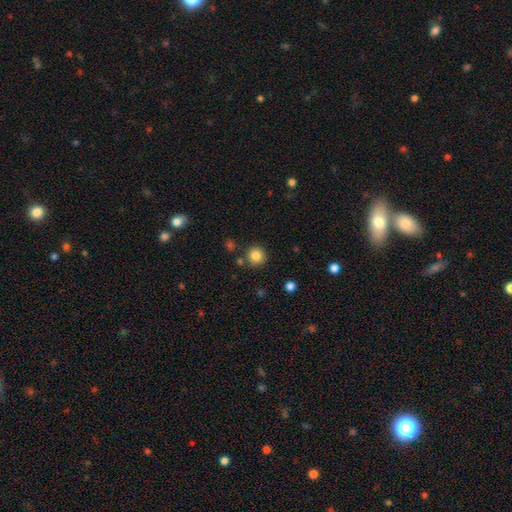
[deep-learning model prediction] Smooth or featured? smooth (84%)
How rounded? round (94%)
Merging? none (86%)